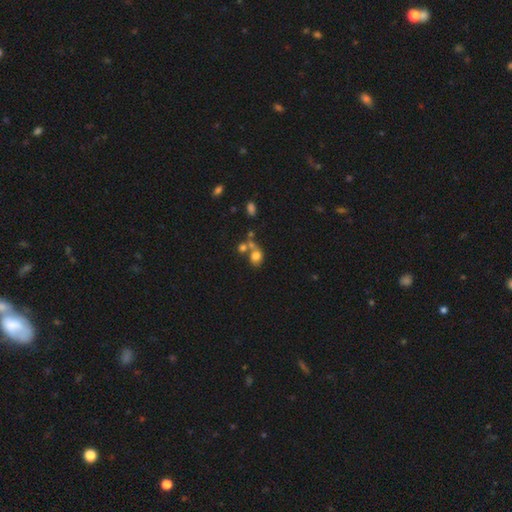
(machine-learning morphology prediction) A smooth galaxy with no disk features (72%) that is round (54%). Merging: merger (43%).